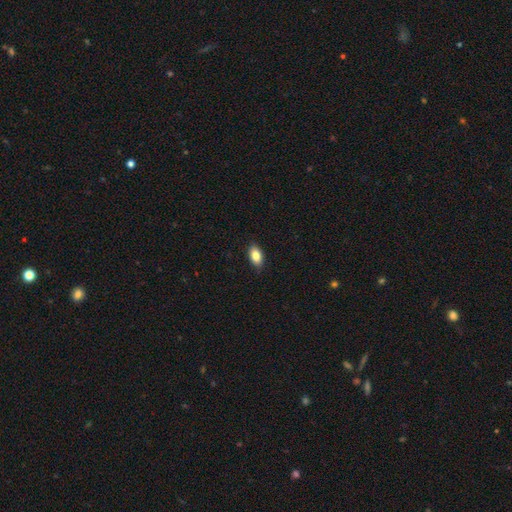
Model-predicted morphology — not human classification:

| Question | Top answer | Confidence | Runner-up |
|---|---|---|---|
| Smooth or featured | smooth | 85% | featured or disk (8%) |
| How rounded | in between | 92% | round (5%) |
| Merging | none | 89% | minor disturbance (9%) |